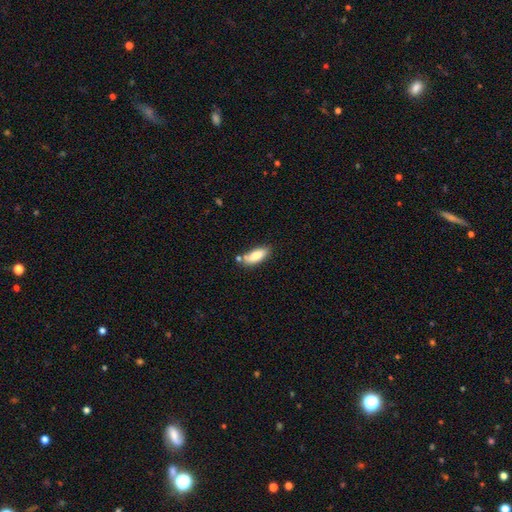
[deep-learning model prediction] Smooth or featured? smooth (83%)
How rounded? in between (76%)
Merging? none (67%)